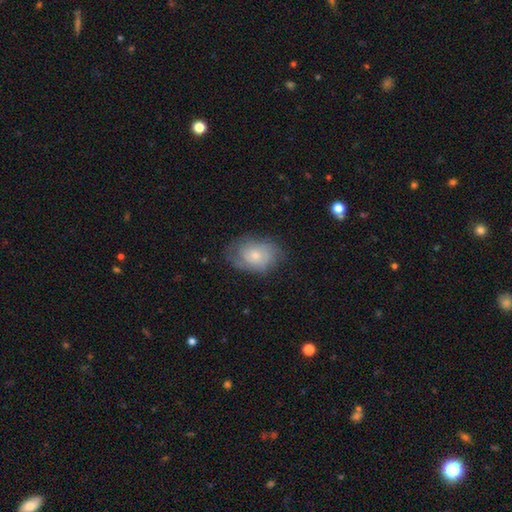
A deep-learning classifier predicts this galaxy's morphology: smooth_or_featured: smooth (p=0.47) [alt: featured or disk p=0.45]
merging: none (p=0.66) [alt: minor disturbance p=0.24]